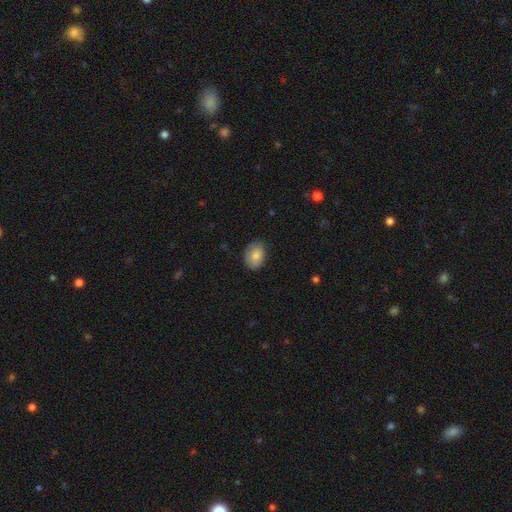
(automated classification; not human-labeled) smooth-or-featured: smooth: 82% | featured or disk: 11% | star or artifact: 7%
  how-rounded: in between: 80% | round: 19% | cigar-shaped: 1%
  merging: none: 78% | minor disturbance: 18% | major disturbance: 3% | merger: 1%